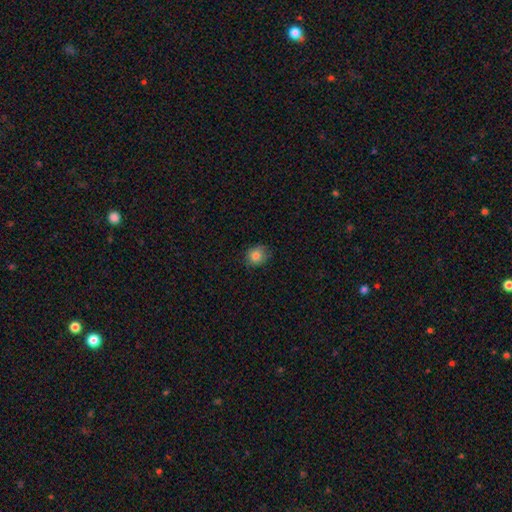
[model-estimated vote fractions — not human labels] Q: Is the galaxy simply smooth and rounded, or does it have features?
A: smooth — 81%.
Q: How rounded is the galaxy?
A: round — 78%.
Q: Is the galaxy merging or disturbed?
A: none — 77%.